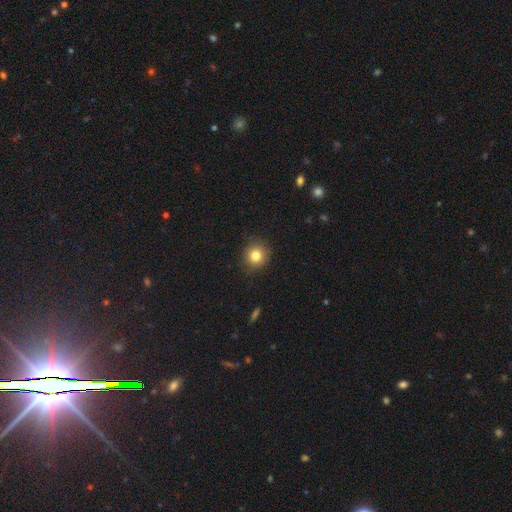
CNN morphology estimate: Overall: smooth (81%). How rounded: round (88%). Merging: none (87%).